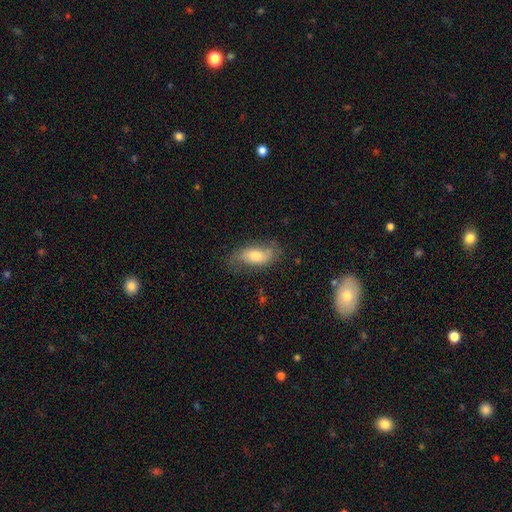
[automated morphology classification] type=smooth (58%); roundness=in between (86%); merging=none (67%).